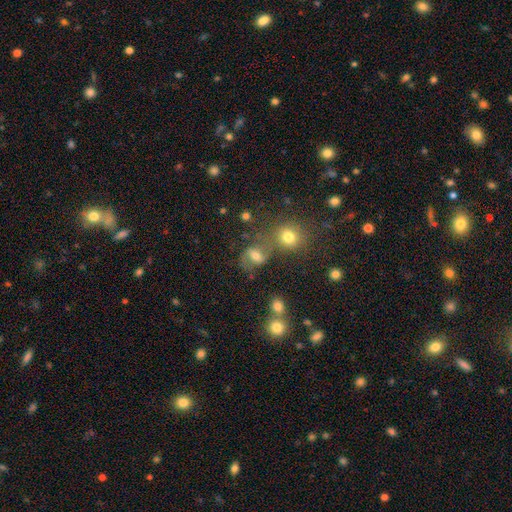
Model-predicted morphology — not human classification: smooth-or-featured: smooth: 53% | featured or disk: 29% | star or artifact: 18%
  how-rounded: round: 52% | in between: 46% | cigar-shaped: 2%
  merging: none: 50% | merger: 23% | minor disturbance: 16% | major disturbance: 10%